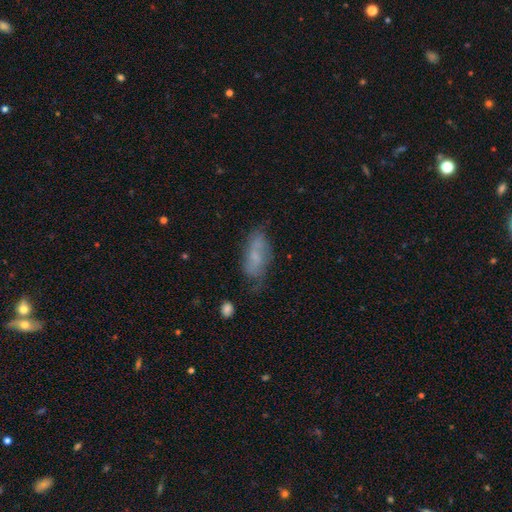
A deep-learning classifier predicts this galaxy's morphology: This appears to be a smooth galaxy with no disk features (54%) that is in between round and cigar-shaped (80%). Merging: none (56%).